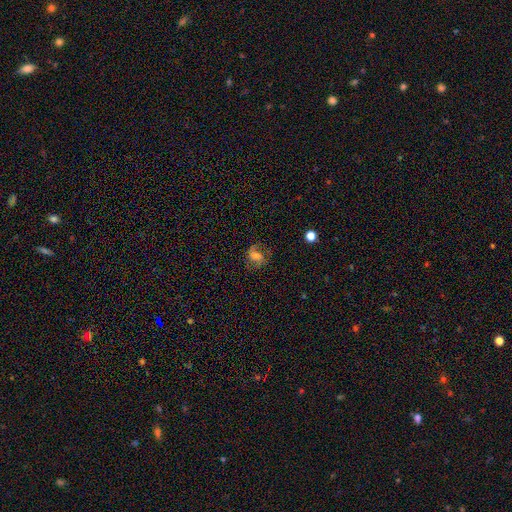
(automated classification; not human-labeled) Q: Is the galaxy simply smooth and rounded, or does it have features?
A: featured or disk — 55%.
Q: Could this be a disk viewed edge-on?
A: no — 97%.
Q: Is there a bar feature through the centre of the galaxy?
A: no — 47%.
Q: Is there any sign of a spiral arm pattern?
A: yes — 86%.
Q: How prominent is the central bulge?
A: moderate — 49%.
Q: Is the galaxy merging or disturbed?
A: none — 65%.